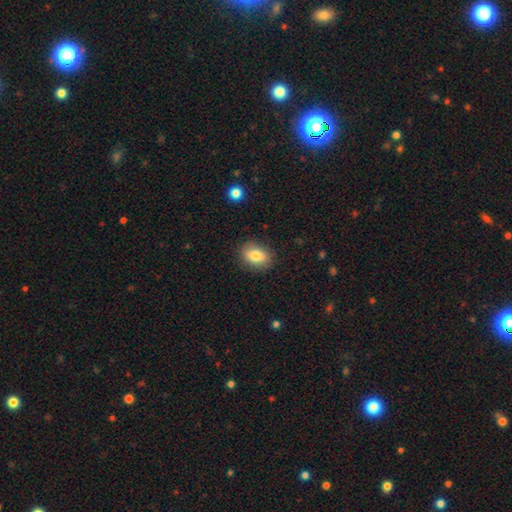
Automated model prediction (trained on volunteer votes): Overall: smooth (80%). How rounded: in between (75%). Merging: none (86%).